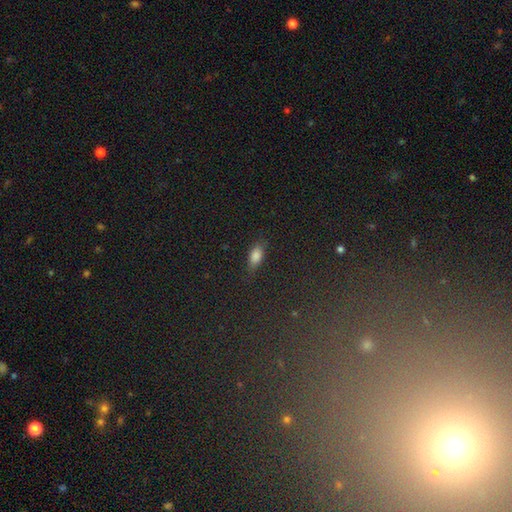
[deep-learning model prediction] This is clearly a smooth galaxy (81%). How rounded: clearly in between (83%). Merging: likely none (78%).